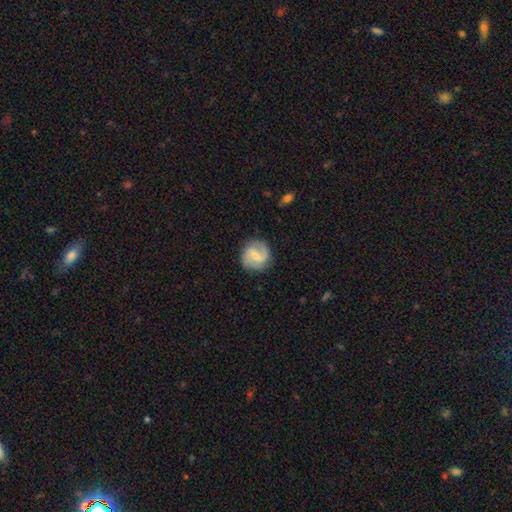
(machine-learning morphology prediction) Smooth or featured?
  - featured or disk: 73% *
  - smooth: 21%
  - star or artifact: 6%
Edge-on disk?
  - no: 98% *
  - yes: 2%
Bar?
  - weak: 59% *
  - no: 22%
  - strong: 19%
Spiral arms?
  - yes: 94% *
  - no: 6%
Spiral winding?
  - medium: 49% *
  - loose: 27%
  - tight: 24%
Spiral arm count?
  - 2: 88% *
  - can't tell: 5%
  - 1: 3%
  - 3: 2%
  - 4: 1%
  - more than 4: 1%
Bulge size?
  - small: 55% *
  - moderate: 26%
  - none: 16%
  - large: 2%
  - dominant: 1%
Merging?
  - none: 83% *
  - minor disturbance: 12%
  - major disturbance: 4%
  - merger: 1%